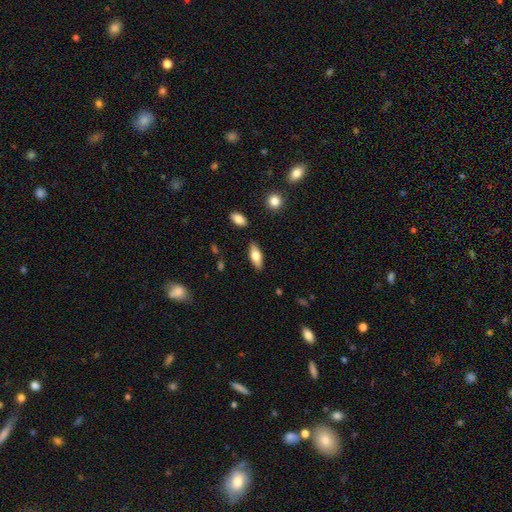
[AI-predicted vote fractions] This is likely a smooth galaxy (69%). How rounded: likely in between (75%). Merging: clearly none (86%).